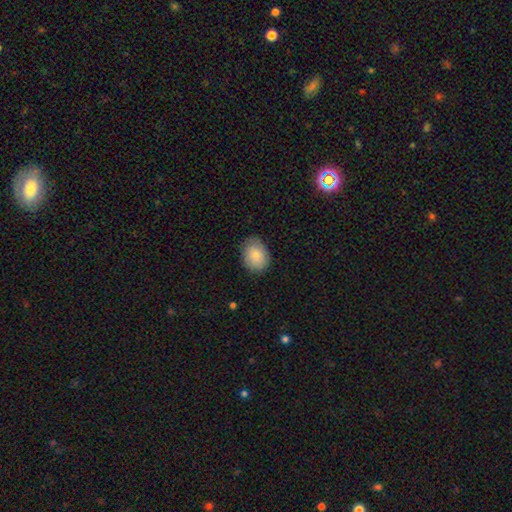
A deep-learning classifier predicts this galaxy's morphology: A smooth galaxy with no disk features (84%) that is in between round and cigar-shaped (62%). Merging: none (77%).